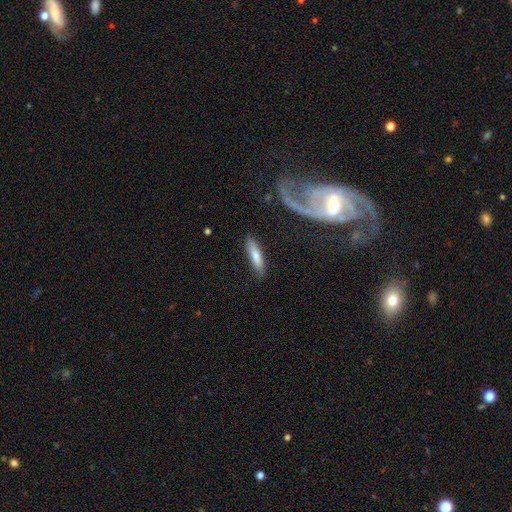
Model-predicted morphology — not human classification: Overall: smooth (70%). How rounded: cigar-shaped (70%). Merging: none (83%).